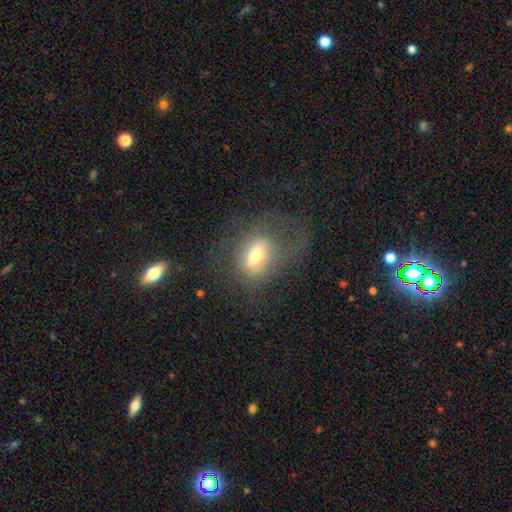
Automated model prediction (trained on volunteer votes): The model was most divided on "smooth or featured": smooth: 48%, featured or disk: 41%, star or artifact: 11%. Remaining: merging — none (44%).